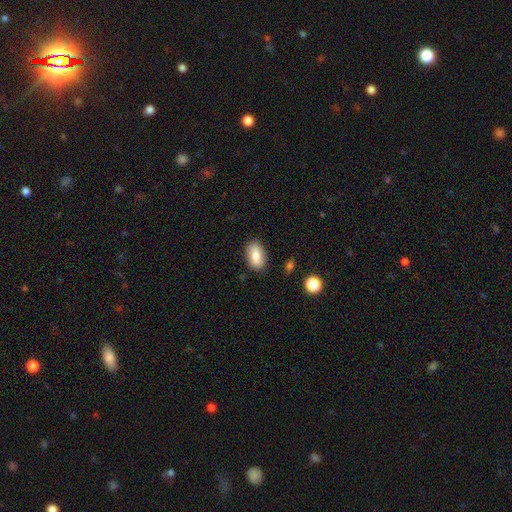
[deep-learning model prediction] A smooth galaxy with no disk features (82%) that is in between round and cigar-shaped (91%).

Vote fractions:
- Smooth or featured? smooth: 82% / featured or disk: 11% / star or artifact: 8%
- How rounded? in between: 91% / round: 5% / cigar-shaped: 4%
- Merging? none: 85% / minor disturbance: 10% / major disturbance: 2% / merger: 2%